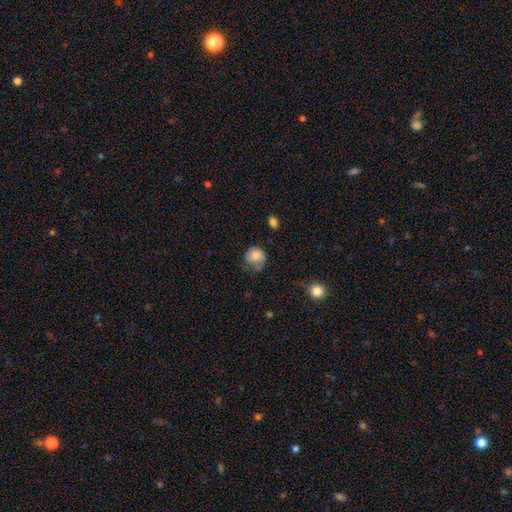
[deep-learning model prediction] Smooth or featured? Predicted: smooth (p=0.80). How rounded? Predicted: round (p=0.82). Merging? Predicted: none (p=0.52).